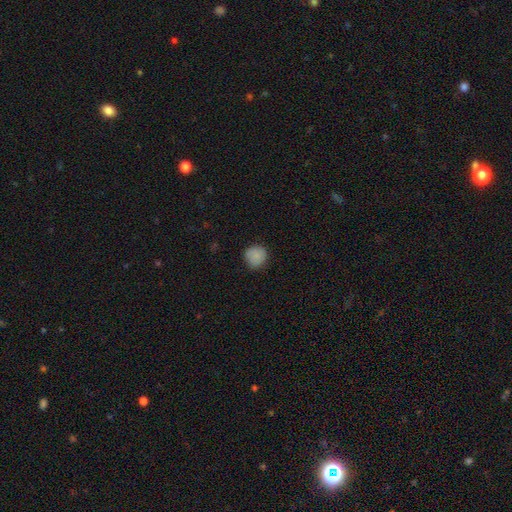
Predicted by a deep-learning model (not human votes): Smooth or featured: smooth — 84% (star or artifact — 9%)
How rounded: round — 91% (in between — 8%)
Merging: none — 80% (minor disturbance — 16%)